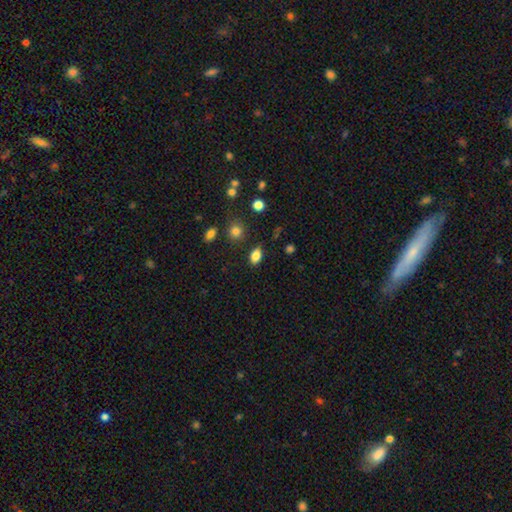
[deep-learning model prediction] A smooth galaxy with no disk features (84%) that is in between round and cigar-shaped (84%).

Vote fractions:
- Smooth or featured? smooth: 84% / star or artifact: 10% / featured or disk: 6%
- How rounded? in between: 84% / round: 14% / cigar-shaped: 2%
- Merging? none: 83% / minor disturbance: 12% / major disturbance: 3% / merger: 3%